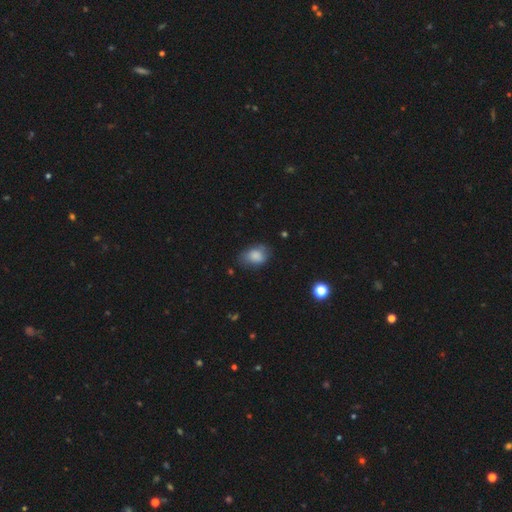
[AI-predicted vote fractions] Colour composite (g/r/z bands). It shows a smooth galaxy with no disk features (80%) that is in between round and cigar-shaped (75%). Merging: none (59%).